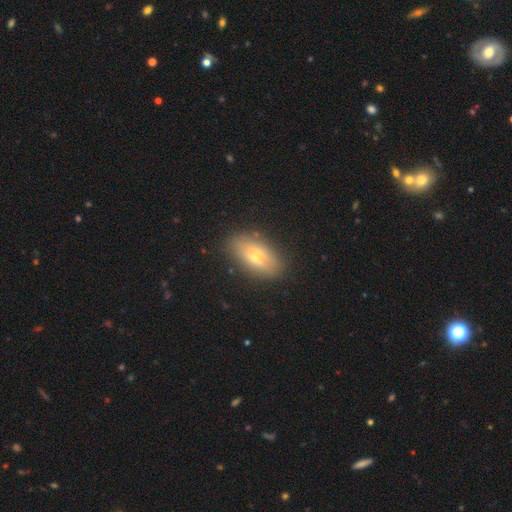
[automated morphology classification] Smooth or featured? Predicted: smooth (p=0.61). How rounded? Predicted: in between (p=0.86). Merging? Predicted: none (p=0.84).